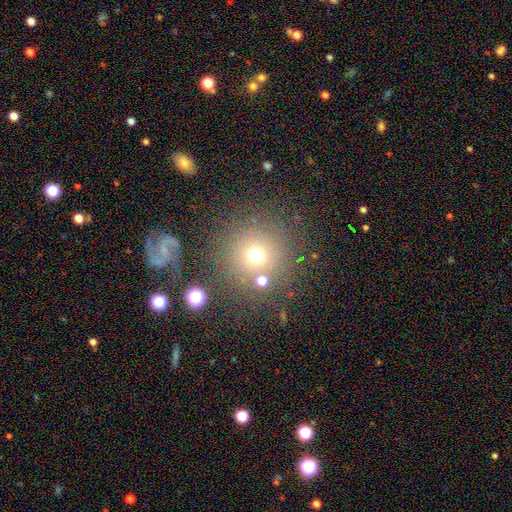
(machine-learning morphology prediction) Overall: smooth (68%). How rounded: round (93%). Merging: none (79%).